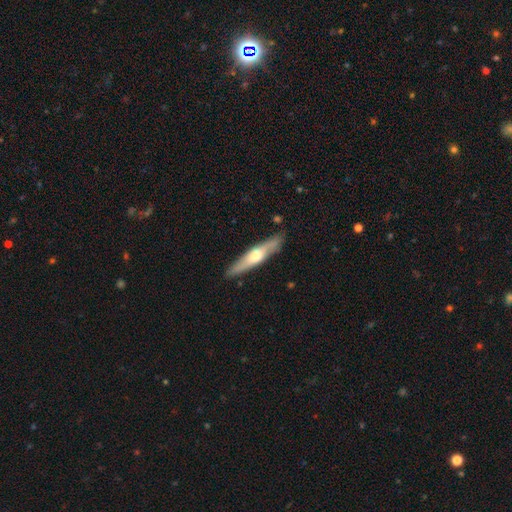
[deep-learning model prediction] Smooth or featured: featured or disk — 52% (smooth — 43%)
Edge-on disk: yes — 88% (no — 12%)
Merging: none — 86% (minor disturbance — 10%)